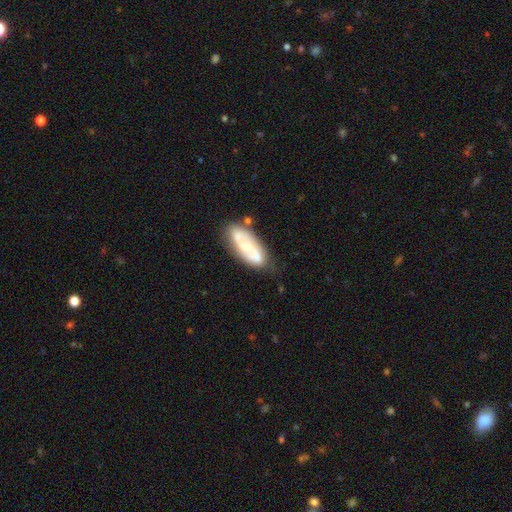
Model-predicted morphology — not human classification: type=featured or disk (68%); edge-on=no (92%); bar=no (53%); spiral arms=yes (85%); winding=medium (45%); arm count=2 (79%); bulge=small (47%); merging=none (66%).